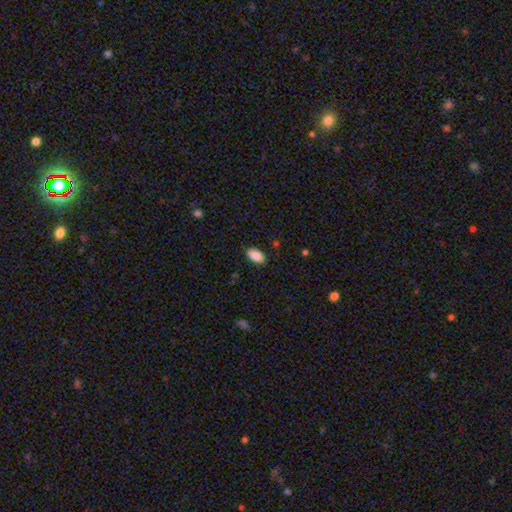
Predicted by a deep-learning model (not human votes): This is clearly a smooth galaxy (87%). How rounded: clearly in between (93%). Merging: clearly none (87%).